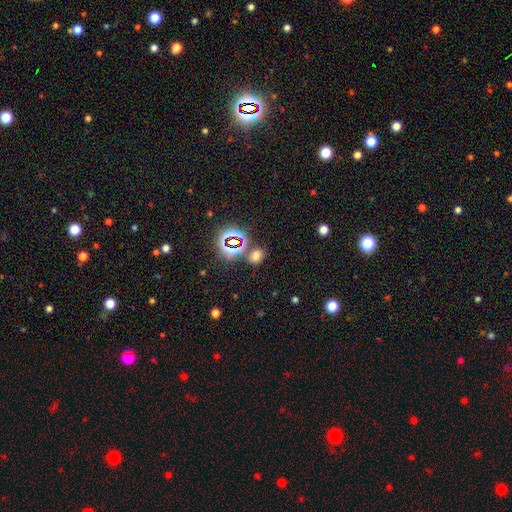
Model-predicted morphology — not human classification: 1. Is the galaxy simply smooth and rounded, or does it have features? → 59% smooth, 35% star or artifact, 7% featured or disk.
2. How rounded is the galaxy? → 61% in between, 37% round, 2% cigar-shaped.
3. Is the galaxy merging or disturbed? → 73% none, 11% minor disturbance, 11% merger, 5% major disturbance.